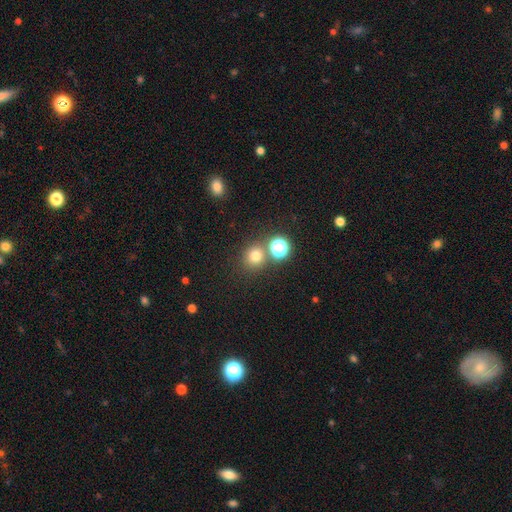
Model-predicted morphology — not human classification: Smooth or featured? smooth (73%)
How rounded? round (88%)
Merging? none (73%)